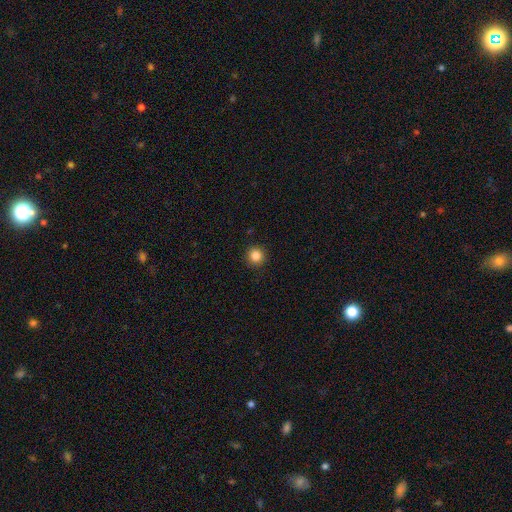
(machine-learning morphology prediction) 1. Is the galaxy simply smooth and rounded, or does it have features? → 85% smooth, 11% star or artifact, 4% featured or disk.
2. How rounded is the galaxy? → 95% round, 4% in between, 1% cigar-shaped.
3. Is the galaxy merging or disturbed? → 92% none, 5% minor disturbance, 2% major disturbance, 1% merger.